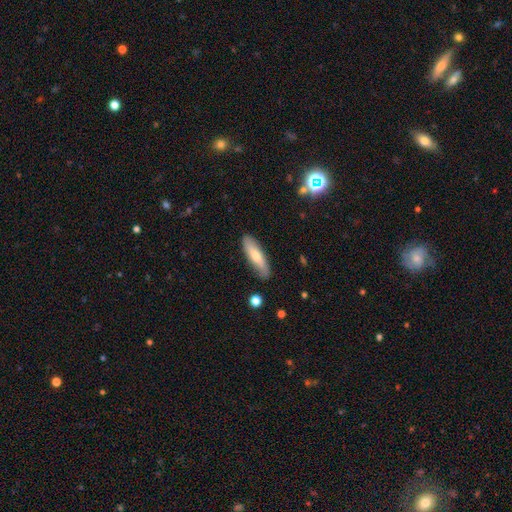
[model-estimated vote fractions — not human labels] The model was most divided on "smooth or featured": smooth: 61%, featured or disk: 33%, star or artifact: 6%. More confident: merging — none (85%); how rounded — cigar-shaped (64%).